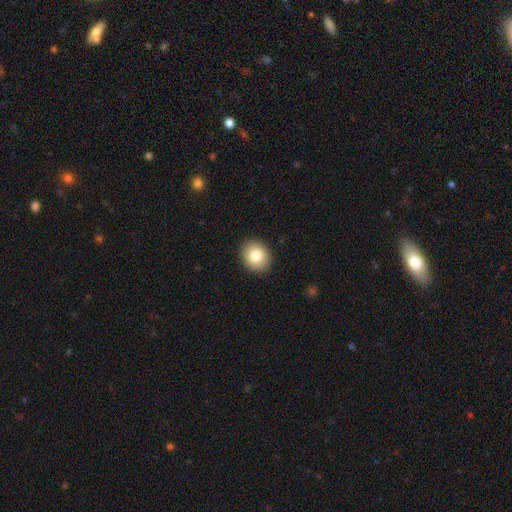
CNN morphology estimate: Overall: smooth (82%). How rounded: round (61%; in between 38%). Merging: none (91%).